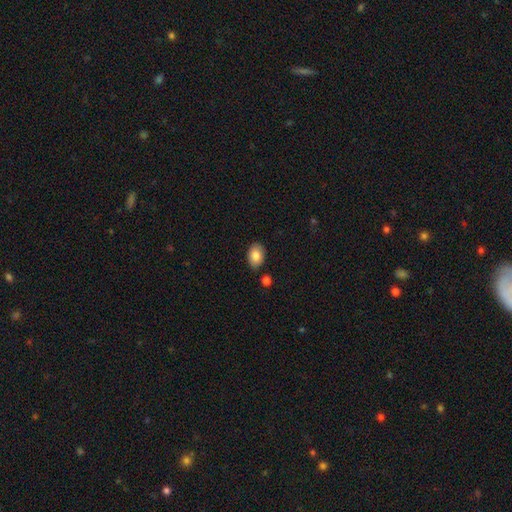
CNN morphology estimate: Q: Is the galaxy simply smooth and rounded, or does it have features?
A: smooth — 83%.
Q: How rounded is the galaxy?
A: in between — 86%.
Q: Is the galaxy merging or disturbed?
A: none — 85%.